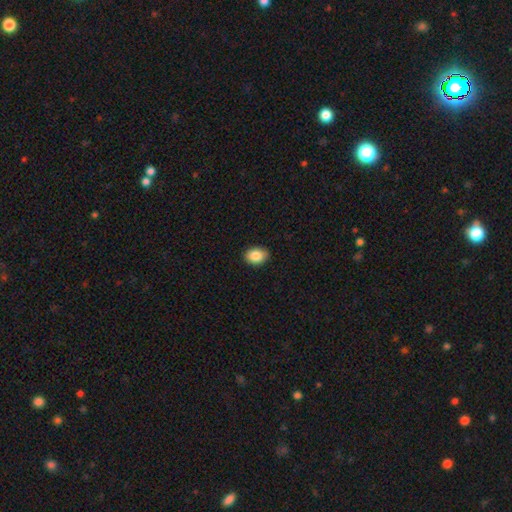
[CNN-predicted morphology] A smooth galaxy with no disk features (87%) that is in between round and cigar-shaped (67%). Merging: none (87%).